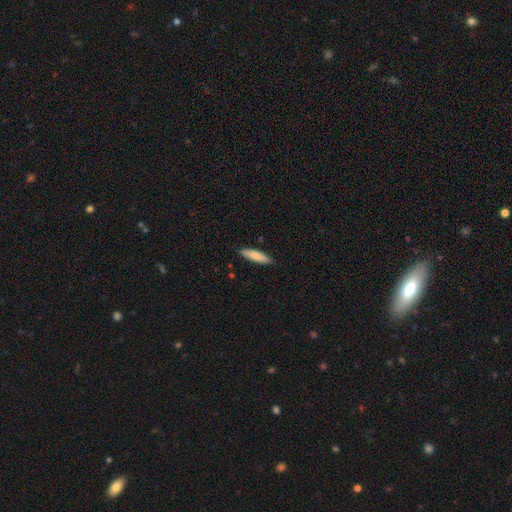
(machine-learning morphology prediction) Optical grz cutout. It shows a smooth galaxy with no disk features (77%) that is cigar-shaped (69%). Merging: none (88%).